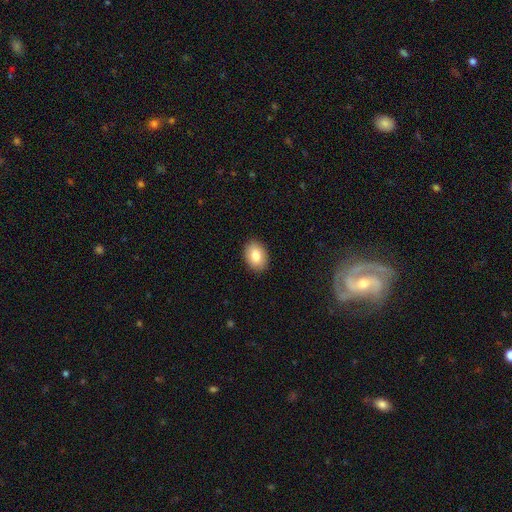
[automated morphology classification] This appears to be a smooth galaxy with no disk features (81%) that is in between round and cigar-shaped (75%). Merging: none (90%).